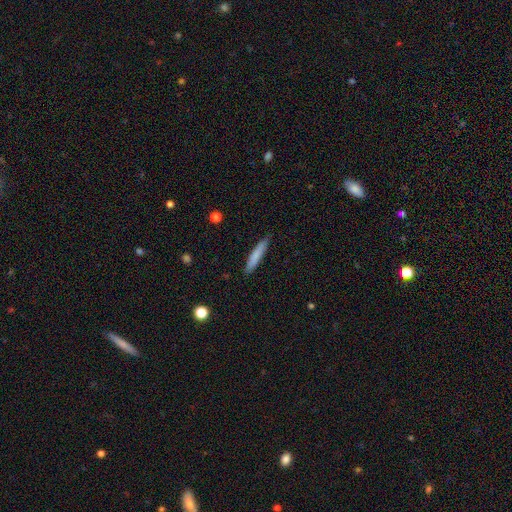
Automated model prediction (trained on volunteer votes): Overall: smooth (78%). How rounded: cigar-shaped (93%). Merging: none (87%).